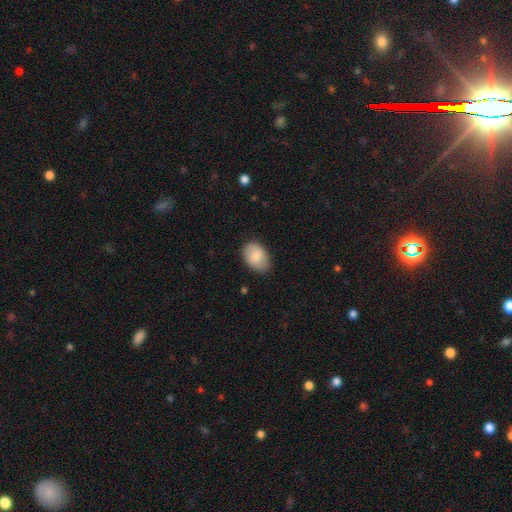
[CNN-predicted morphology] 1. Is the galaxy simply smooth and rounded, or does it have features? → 82% smooth, 12% featured or disk, 6% star or artifact.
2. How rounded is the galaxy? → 83% in between, 16% round, 1% cigar-shaped.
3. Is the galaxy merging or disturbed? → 78% none, 18% minor disturbance, 3% major disturbance, 1% merger.